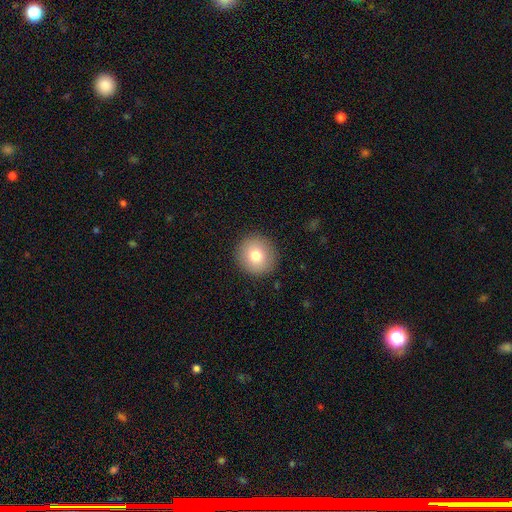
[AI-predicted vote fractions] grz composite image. It shows a smooth galaxy with no disk features (78%) that is round (94%). Merging: none (91%).